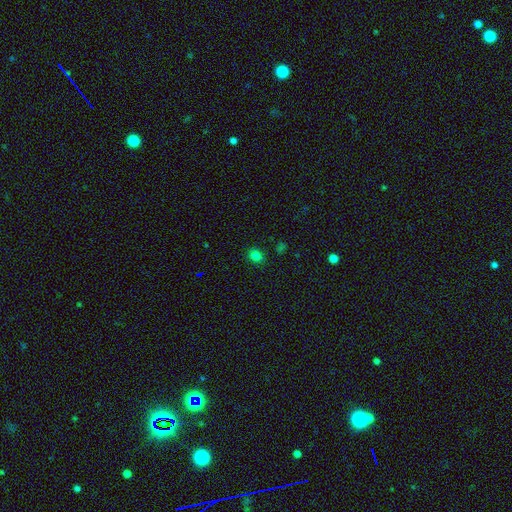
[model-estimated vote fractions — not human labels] Smooth or featured: smooth — 80% (star or artifact — 16%)
How rounded: round — 55% (in between — 44%)
Merging: none — 87% (minor disturbance — 9%)